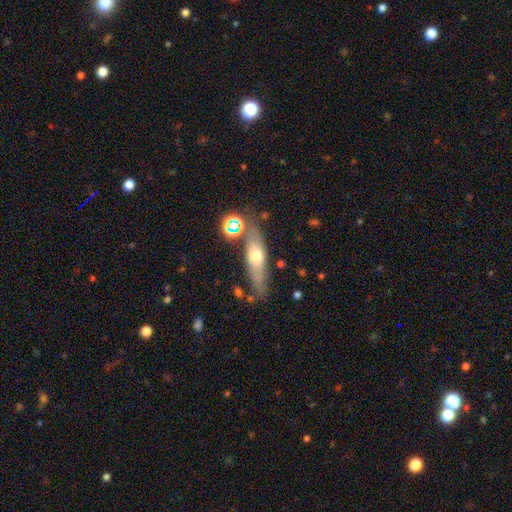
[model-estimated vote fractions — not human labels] Overall: smooth (49%; featured or disk 41%). Merging: none (73%).